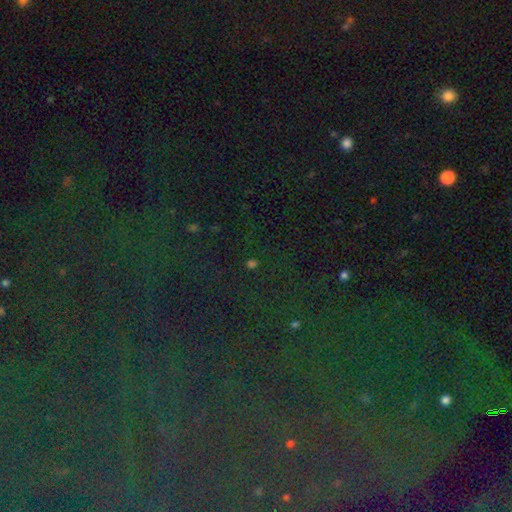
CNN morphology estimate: Q: Smooth or featured?
A: star or artifact (80%); runner-up: smooth (11%)